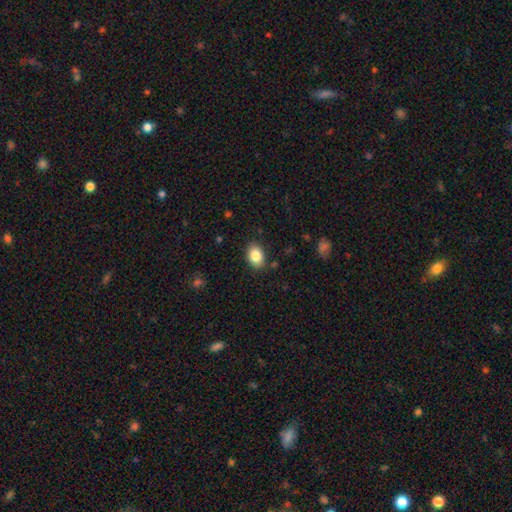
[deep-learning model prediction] Q: Smooth or featured?
A: smooth (85%); runner-up: star or artifact (8%)
Q: How rounded?
A: in between (80%); runner-up: round (19%)
Q: Merging?
A: none (87%); runner-up: minor disturbance (10%)